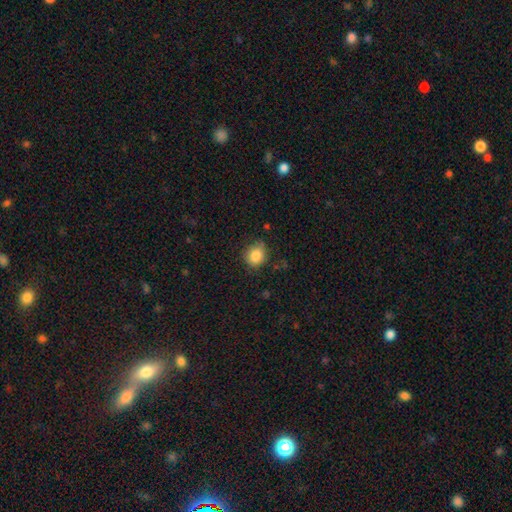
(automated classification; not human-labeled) Smooth or featured? smooth (85%)
How rounded? round (76%)
Merging? none (74%)